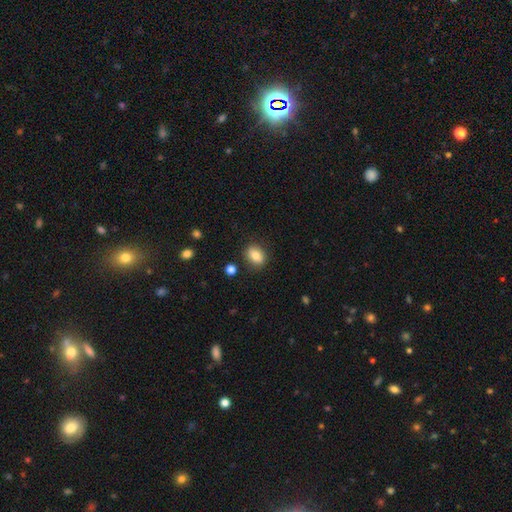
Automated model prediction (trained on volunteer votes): This appears to be a smooth galaxy with no disk features (82%) that is in between round and cigar-shaped (67%). Merging: none (85%).